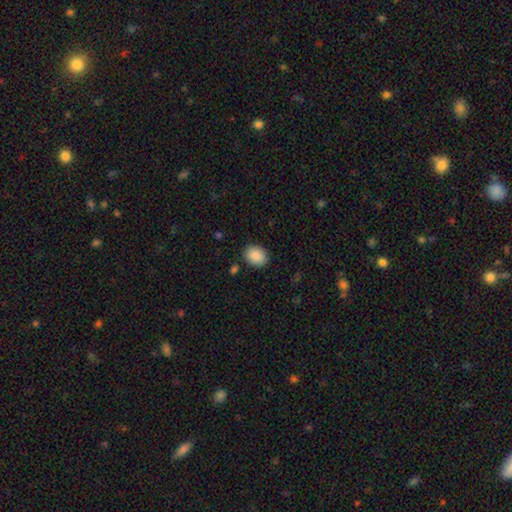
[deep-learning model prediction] Q: Smooth or featured?
A: smooth (89%); runner-up: star or artifact (7%)
Q: How rounded?
A: in between (60%); runner-up: round (39%)
Q: Merging?
A: none (86%); runner-up: minor disturbance (10%)